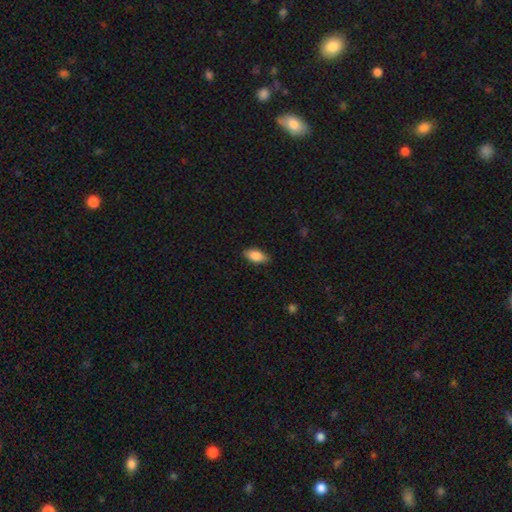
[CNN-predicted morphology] type=smooth (82%); roundness=in between (87%); merging=none (86%).